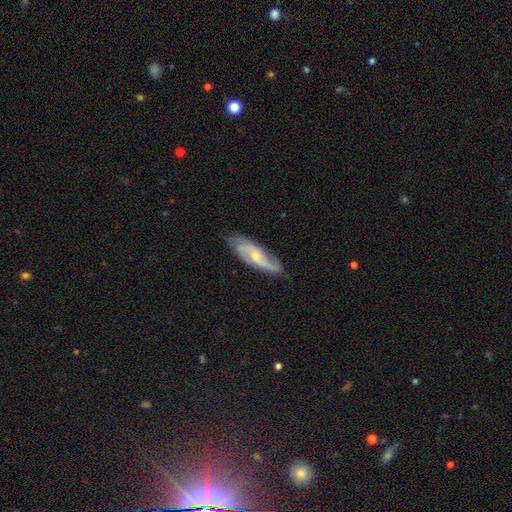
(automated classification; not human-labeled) Smooth or featured?
  - featured or disk: 77% *
  - smooth: 17%
  - star or artifact: 5%
Edge-on disk?
  - no: 85% *
  - yes: 15%
Bar?
  - no: 54% *
  - weak: 36%
  - strong: 10%
Spiral arms?
  - yes: 94% *
  - no: 6%
Spiral winding?
  - loose: 42% *
  - medium: 40%
  - tight: 18%
Spiral arm count?
  - 2: 78% *
  - can't tell: 10%
  - 3: 6%
  - 1: 3%
  - 4: 2%
  - more than 4: 2%
Bulge size?
  - small: 56% *
  - moderate: 40%
  - none: 2%
  - large: 1%
  - dominant: 1%
Merging?
  - none: 78% *
  - minor disturbance: 17%
  - major disturbance: 4%
  - merger: 1%